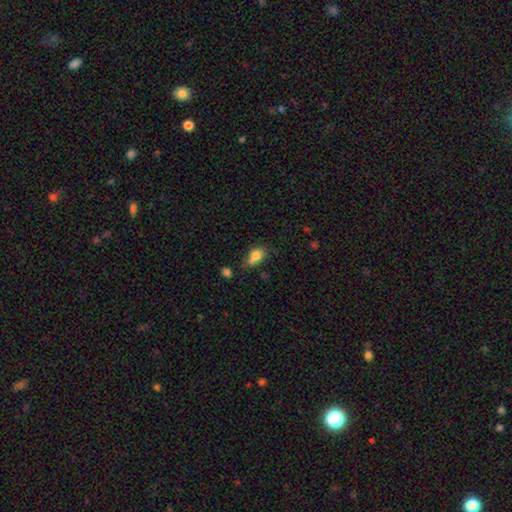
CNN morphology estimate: smooth_or_featured: smooth (p=0.78) [alt: featured or disk p=0.12]
how_rounded: in between (p=0.65) [alt: round p=0.32]
merging: none (p=0.44) [alt: merger p=0.26]